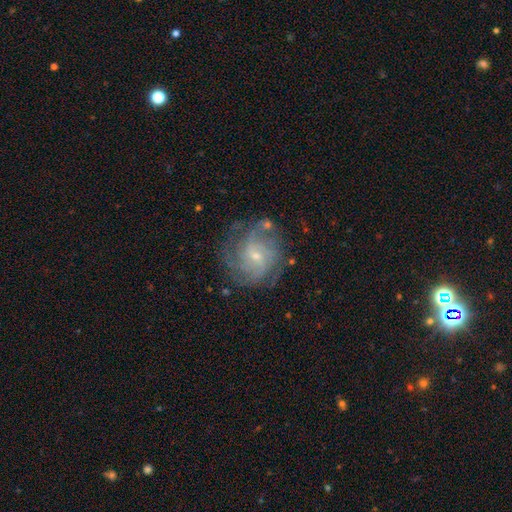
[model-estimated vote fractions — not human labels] Smooth or featured: featured or disk — 79% (smooth — 13%)
Edge-on disk: no — 97% (yes — 3%)
Bar: no — 49% (weak — 44%)
Spiral arms: yes — 92% (no — 8%)
Spiral winding: tight — 51% (medium — 37%)
Spiral arm count: can't tell — 35% (4 — 20%)
Bulge size: small — 70% (moderate — 25%)
Merging: none — 70% (minor disturbance — 17%)